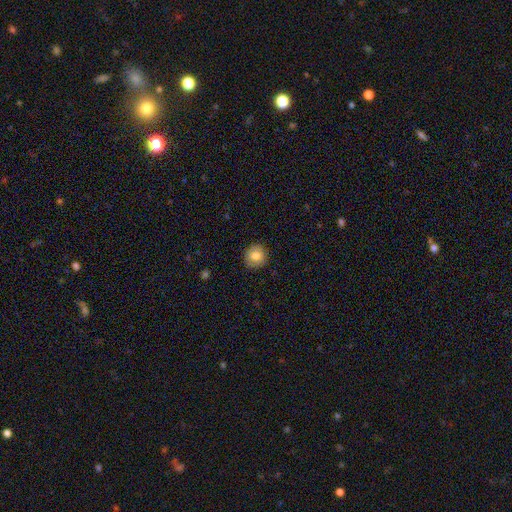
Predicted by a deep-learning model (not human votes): smooth-or-featured: smooth: 80% | featured or disk: 11% | star or artifact: 9%
  how-rounded: round: 88% | in between: 11% | cigar-shaped: 1%
  merging: none: 89% | minor disturbance: 8% | major disturbance: 2% | merger: 1%